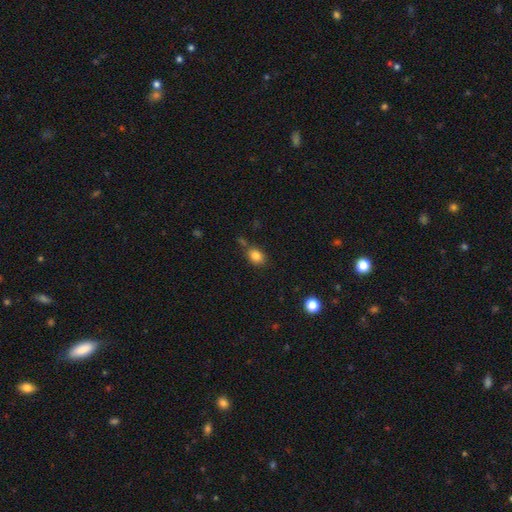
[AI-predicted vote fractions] smooth 83%, star or artifact 10%, featured or disk 6%. Down the decision tree: how rounded — in between (61%); merging — none (70%).